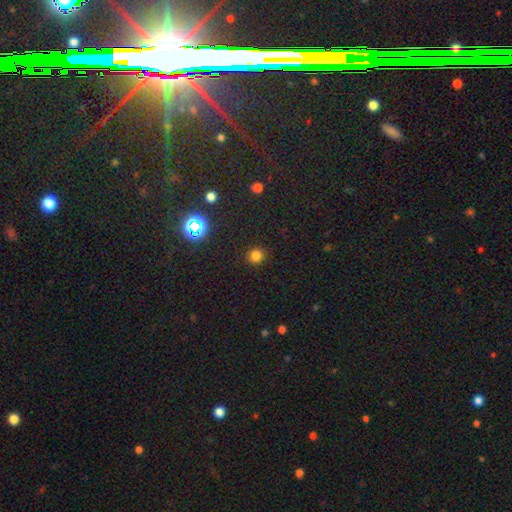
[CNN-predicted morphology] smooth-or-featured: smooth: 78% | star or artifact: 18% | featured or disk: 4%
  how-rounded: round: 89% | in between: 10% | cigar-shaped: 1%
  merging: none: 90% | minor disturbance: 6% | major disturbance: 2% | merger: 1%